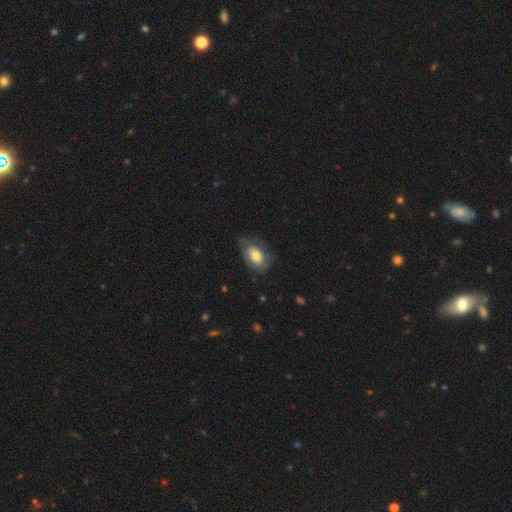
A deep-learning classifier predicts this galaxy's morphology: This appears to be a smooth galaxy with no disk features (69%) that is in between round and cigar-shaped (89%). Merging: none (63%).